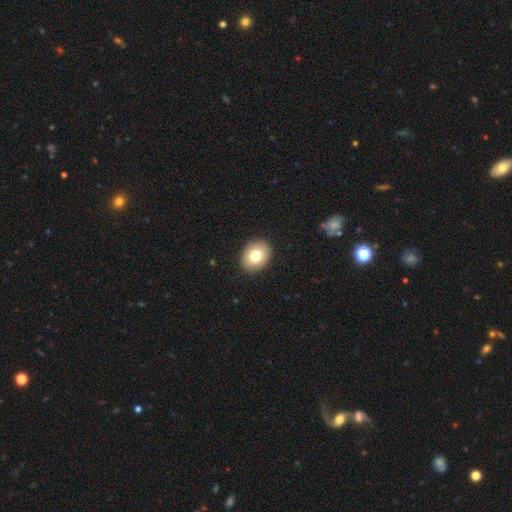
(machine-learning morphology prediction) Smooth or featured? smooth (78%)
How rounded? in between (59%)
Merging? none (90%)